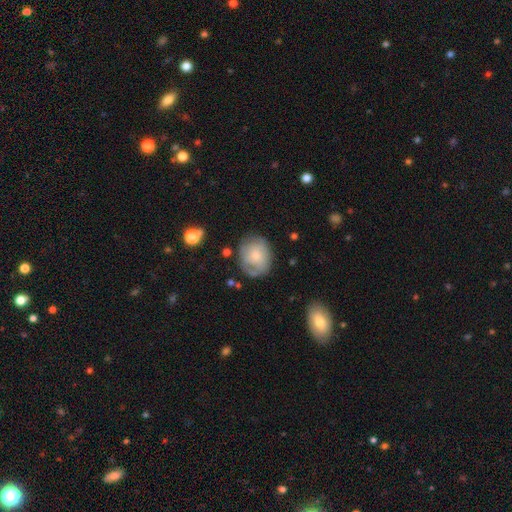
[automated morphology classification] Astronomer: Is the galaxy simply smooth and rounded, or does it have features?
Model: smooth — 56% (runner-up: featured or disk, 36%).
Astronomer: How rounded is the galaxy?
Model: round — 60% (runner-up: in between, 39%).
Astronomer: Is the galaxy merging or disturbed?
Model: none — 63%.